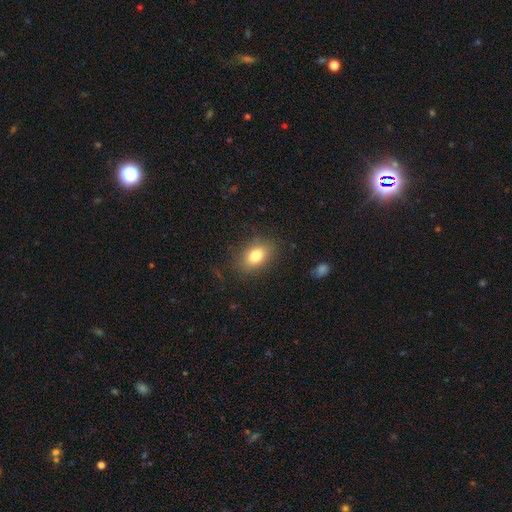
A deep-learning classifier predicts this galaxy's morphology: Smooth or featured? Predicted: smooth (p=0.81). How rounded? Predicted: in between (p=0.83). Merging? Predicted: none (p=0.82).